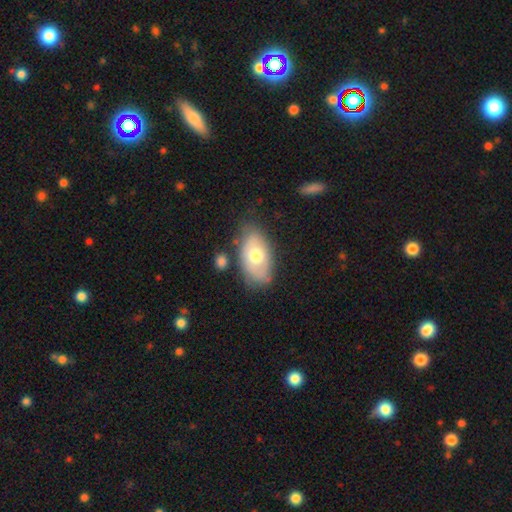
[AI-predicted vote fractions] Smooth or featured? Predicted: smooth (p=0.60). How rounded? Predicted: in between (p=0.91). Merging? Predicted: none (p=0.66).